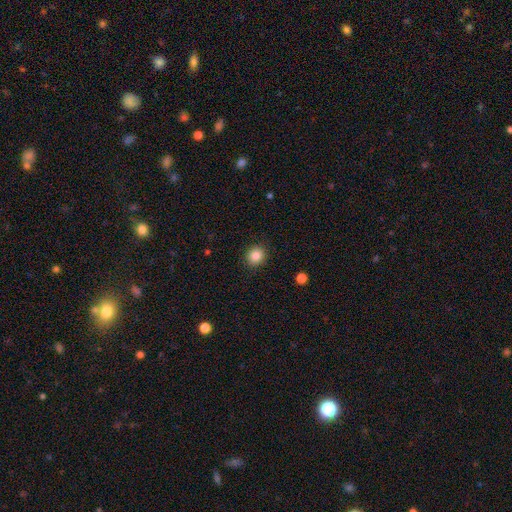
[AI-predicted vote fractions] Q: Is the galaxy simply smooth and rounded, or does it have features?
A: smooth — 85%.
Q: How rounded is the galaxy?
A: round — 78%.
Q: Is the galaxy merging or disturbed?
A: none — 90%.